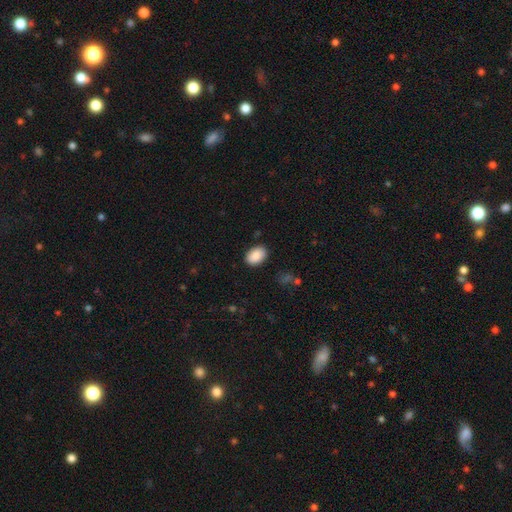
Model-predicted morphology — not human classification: Overall: smooth (89%). How rounded: in between (83%). Merging: none (87%).